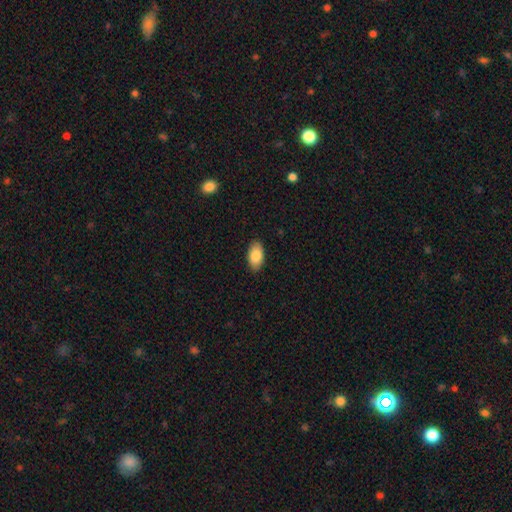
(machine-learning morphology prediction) Smooth or featured?
  - smooth: 84% *
  - featured or disk: 9%
  - star or artifact: 6%
How rounded?
  - in between: 94% *
  - round: 3%
  - cigar-shaped: 3%
Merging?
  - none: 88% *
  - minor disturbance: 9%
  - major disturbance: 2%
  - merger: 1%